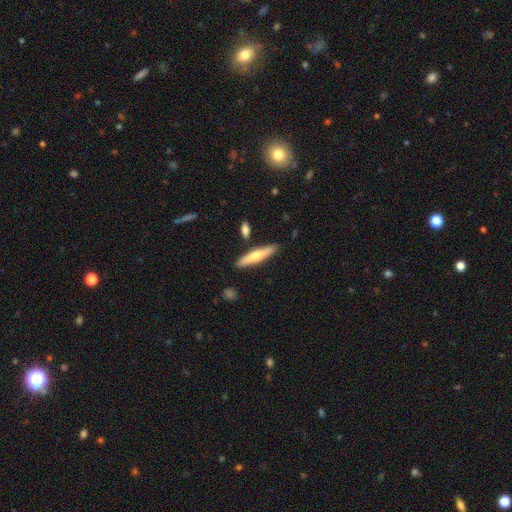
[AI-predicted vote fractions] Morphology: type=smooth (52%); roundness=cigar-shaped (86%); merging=none (85%).